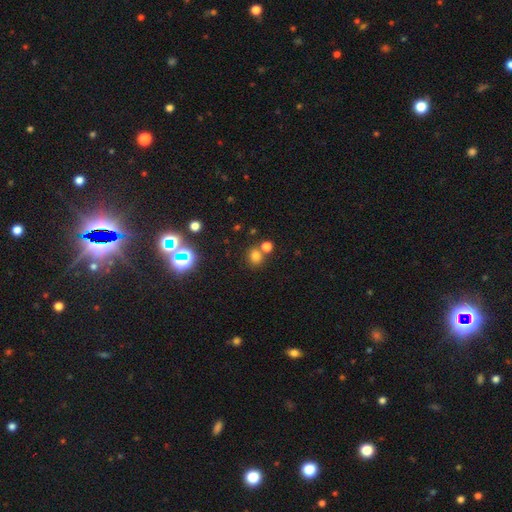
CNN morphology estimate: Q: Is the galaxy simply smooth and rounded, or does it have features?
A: smooth — 72%.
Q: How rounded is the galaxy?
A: round — 74%.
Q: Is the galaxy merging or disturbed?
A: none — 64%.